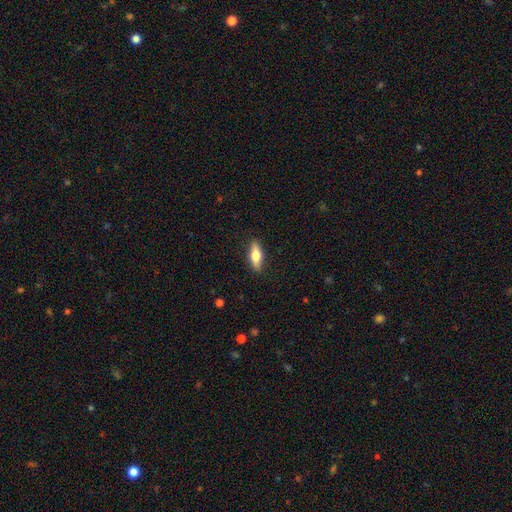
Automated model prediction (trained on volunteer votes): Smooth or featured: smooth — 66% (featured or disk — 28%)
How rounded: in between — 60% (cigar-shaped — 37%)
Merging: none — 87% (minor disturbance — 10%)